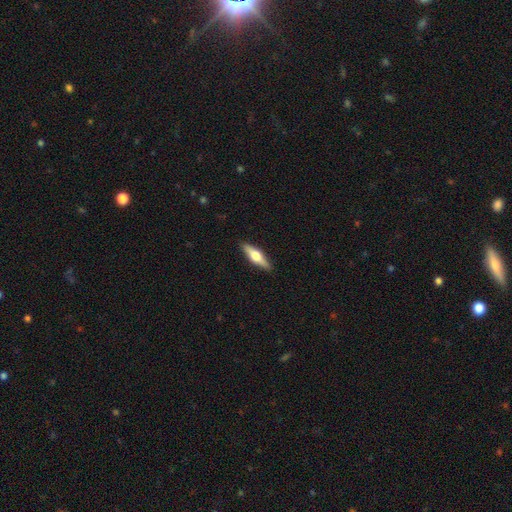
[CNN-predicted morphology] featured or disk 55%, smooth 39%, star or artifact 6%. Down the decision tree: edge-on disk — yes (95%); edge-on bulge — rounded (93%); merging — none (90%).